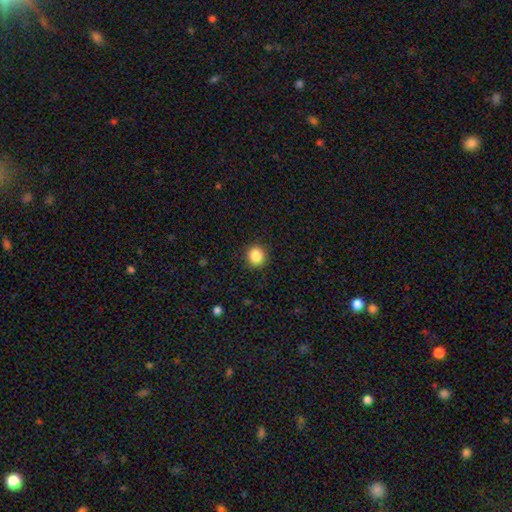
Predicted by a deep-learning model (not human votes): A smooth galaxy with no disk features (86%) that is round (92%). Merging: none (91%).